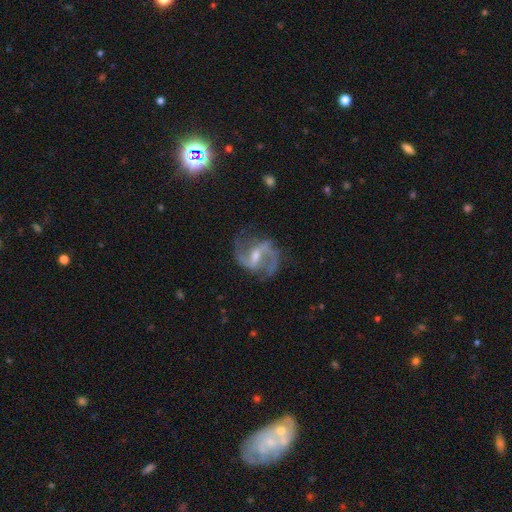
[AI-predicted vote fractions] The model was most divided on "bar": weak: 46%, strong: 39%, no: 15%. Remaining: edge-on disk — no (98%); spiral arms — yes (97%); smooth or featured — featured or disk (91%); spiral arm count — 2 (91%); merging — none (73%); bulge size — small (50%); spiral winding — medium (49%).